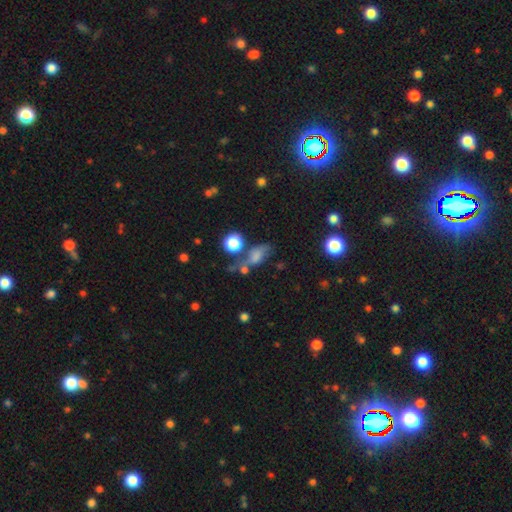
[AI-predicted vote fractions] The model was most divided on "merging": none: 39%, merger: 23%, minor disturbance: 21%, major disturbance: 17%. More confident: how rounded — in between (70%); smooth or featured — smooth (66%).